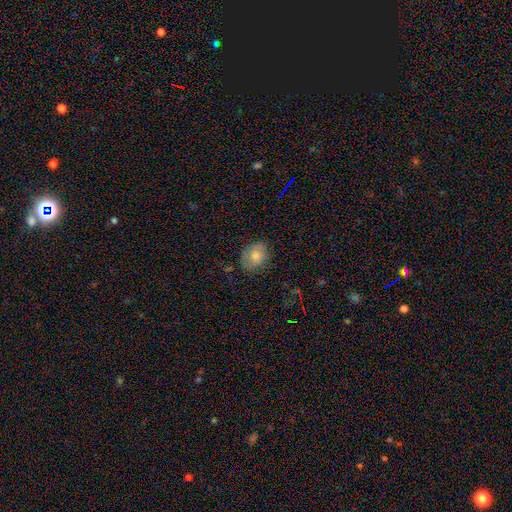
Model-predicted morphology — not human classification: A smooth galaxy with no disk features (71%) that is round (52%). Merging: none (78%).